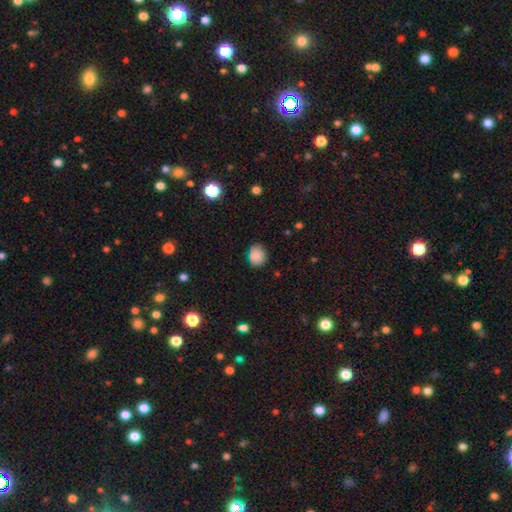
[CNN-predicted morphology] smooth_or_featured: smooth (p=0.85) [alt: star or artifact p=0.10]
how_rounded: round (p=0.63) [alt: in between p=0.36]
merging: none (p=0.78) [alt: minor disturbance p=0.17]